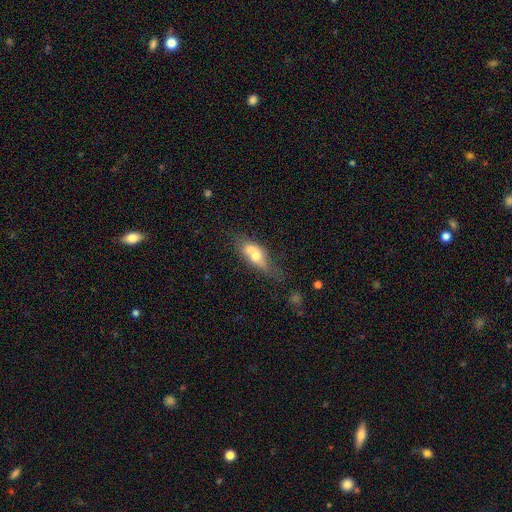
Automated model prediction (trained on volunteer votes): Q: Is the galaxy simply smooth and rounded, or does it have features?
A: smooth — 52%.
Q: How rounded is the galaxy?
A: in between — 71%.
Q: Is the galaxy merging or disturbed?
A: none — 38%.